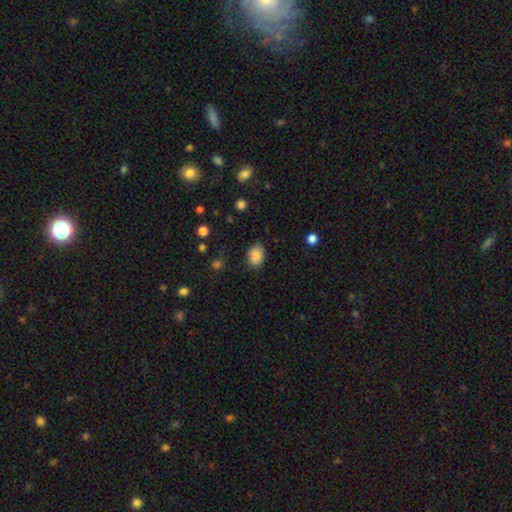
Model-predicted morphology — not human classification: smooth 87%, star or artifact 8%, featured or disk 5%. Down the decision tree: how rounded — in between (65%); merging — none (81%).